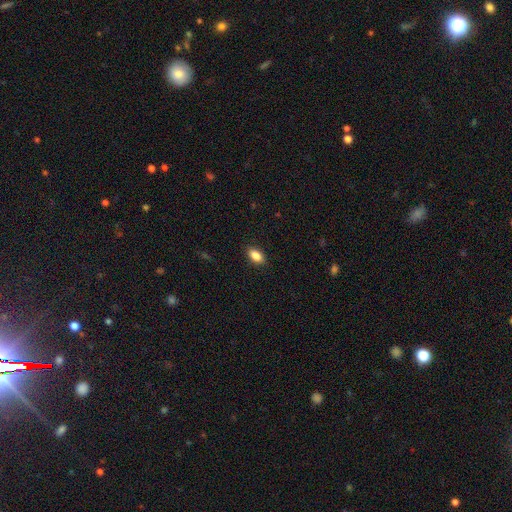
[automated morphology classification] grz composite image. It shows a smooth galaxy with no disk features (86%) that is in between round and cigar-shaped (90%). Merging: none (88%).